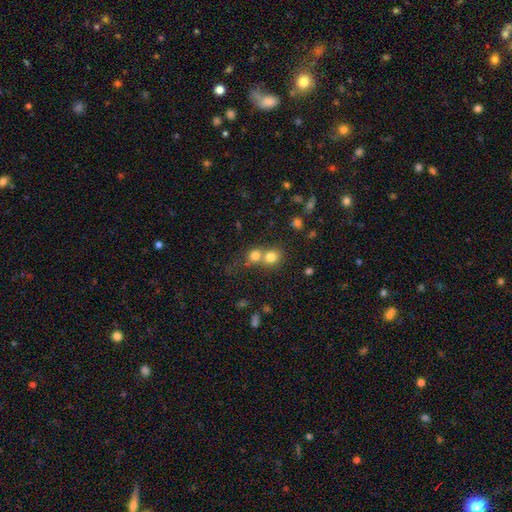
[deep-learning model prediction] smooth_or_featured: smooth (p=0.75) [alt: star or artifact p=0.14]
how_rounded: round (p=0.81) [alt: in between p=0.18]
merging: merger (p=0.54) [alt: none p=0.37]